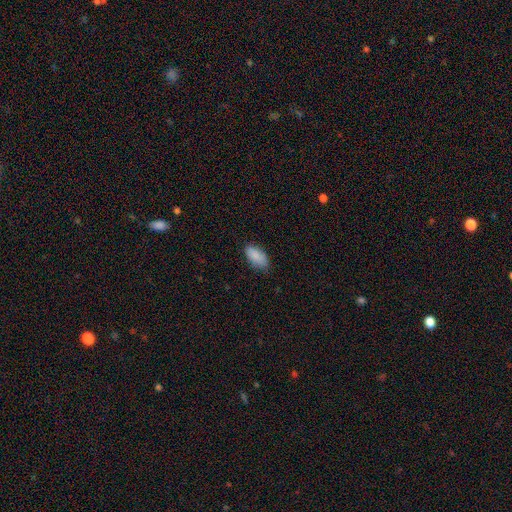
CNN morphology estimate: Smooth or featured? Predicted: smooth (p=0.88). How rounded? Predicted: in between (p=0.93). Merging? Predicted: none (p=0.78).